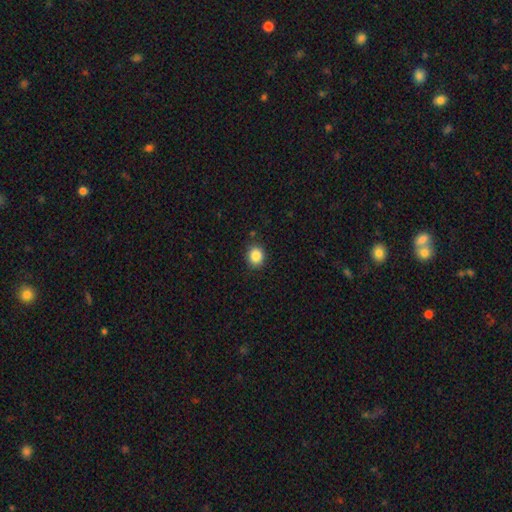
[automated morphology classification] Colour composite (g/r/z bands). It shows a smooth galaxy with no disk features (86%) that is round (71%). Merging: none (88%).